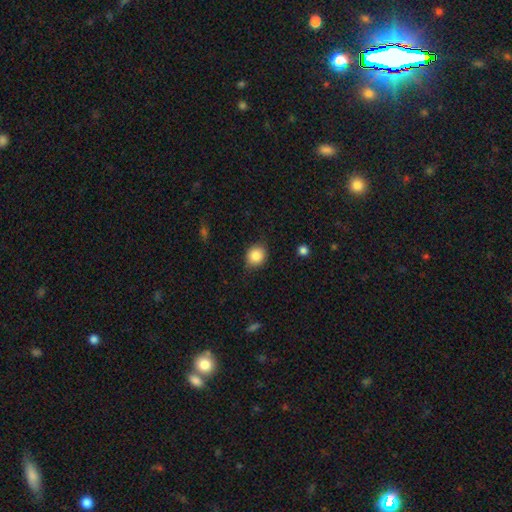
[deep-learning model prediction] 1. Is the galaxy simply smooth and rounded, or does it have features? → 86% smooth, 9% star or artifact, 5% featured or disk.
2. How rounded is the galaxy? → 74% round, 25% in between, 1% cigar-shaped.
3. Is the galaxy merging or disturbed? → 81% none, 15% minor disturbance, 3% major disturbance, 1% merger.